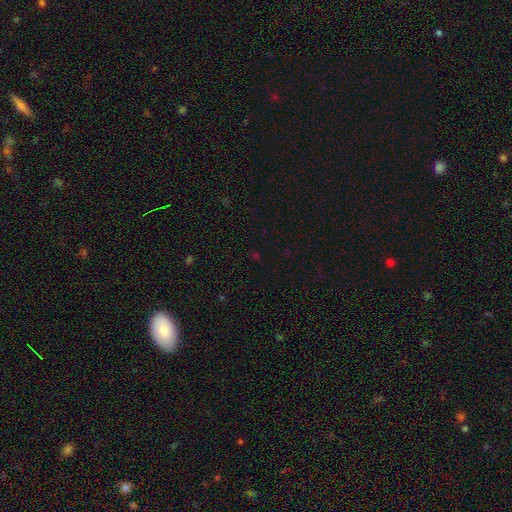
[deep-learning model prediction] This appears to be a star or artifact, not a galaxy (64%).